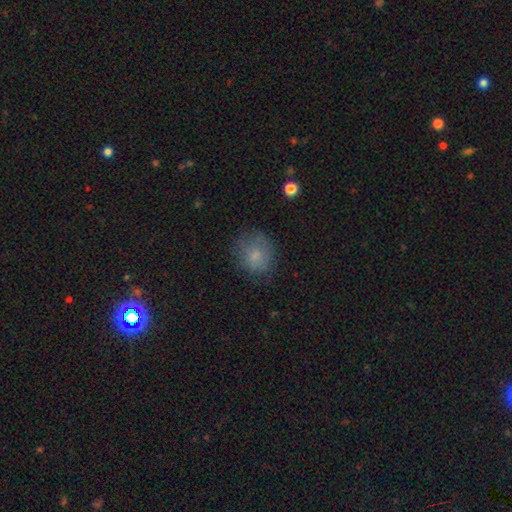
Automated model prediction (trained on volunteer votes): smooth 77%, featured or disk 12%, star or artifact 10%. Down the decision tree: how rounded — round (69%); merging — none (70%).